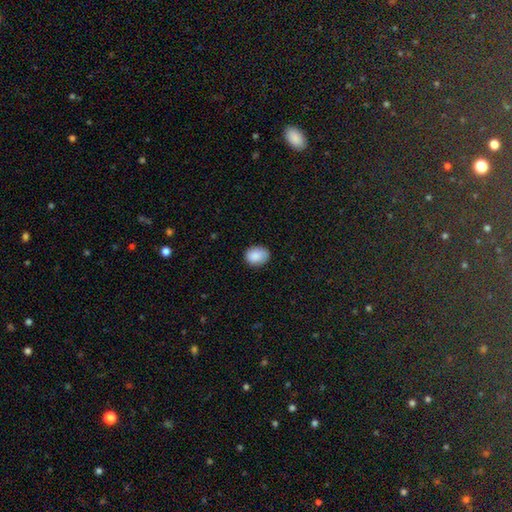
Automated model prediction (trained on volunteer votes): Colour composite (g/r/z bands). It shows a smooth galaxy with no disk features (88%) that is in between round and cigar-shaped (59%). Merging: none (80%).